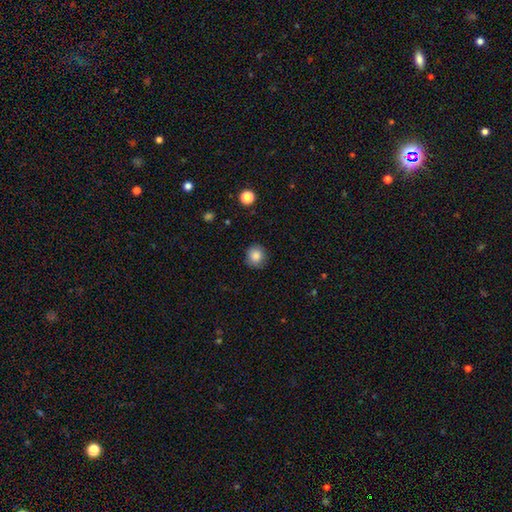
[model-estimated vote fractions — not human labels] Smooth or featured?
  - smooth: 85% *
  - star or artifact: 10%
  - featured or disk: 5%
How rounded?
  - round: 89% *
  - in between: 10%
  - cigar-shaped: 1%
Merging?
  - none: 88% *
  - minor disturbance: 9%
  - major disturbance: 2%
  - merger: 1%